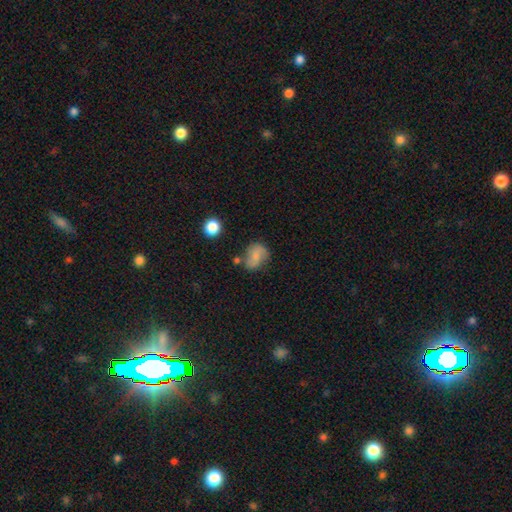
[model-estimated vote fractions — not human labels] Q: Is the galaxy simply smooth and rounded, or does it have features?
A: smooth — 55%.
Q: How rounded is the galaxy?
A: in between — 55%.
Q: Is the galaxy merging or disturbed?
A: none — 60%.